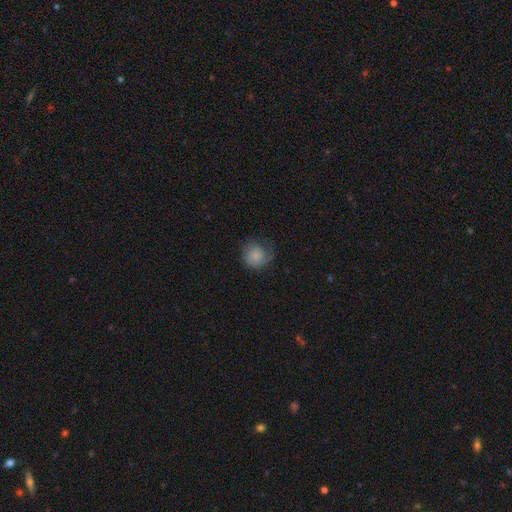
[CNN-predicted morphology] This is likely a smooth galaxy (73%). How rounded: clearly round (86%). Merging: possibly none (58%).